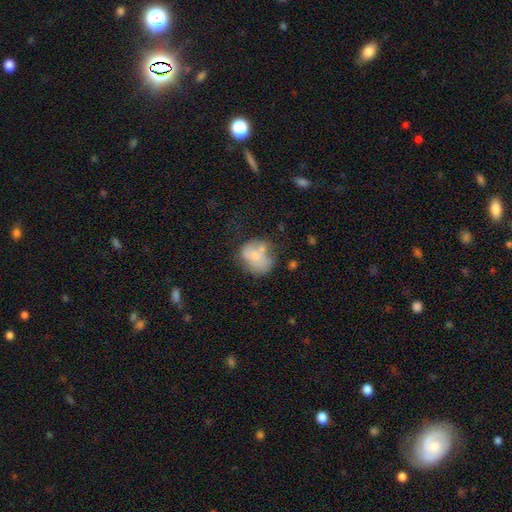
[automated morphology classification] Overall: smooth (64%; featured or disk 27%). How rounded: round (51%; in between 48%). Merging: none (35%; minor disturbance 25%).